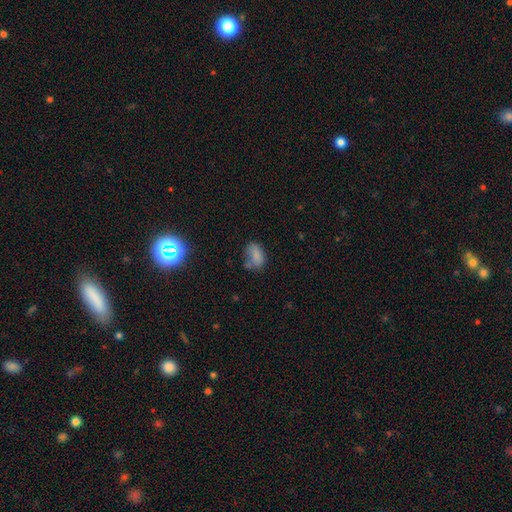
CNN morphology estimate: A smooth galaxy with no disk features (78%) that is in between round and cigar-shaped (85%). Merging: none (52%).